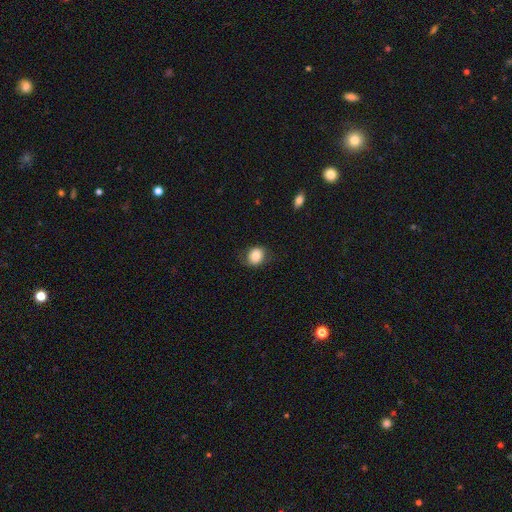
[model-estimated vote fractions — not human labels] This is clearly a smooth galaxy (81%). How rounded: likely round (63%). Merging: likely none (75%).